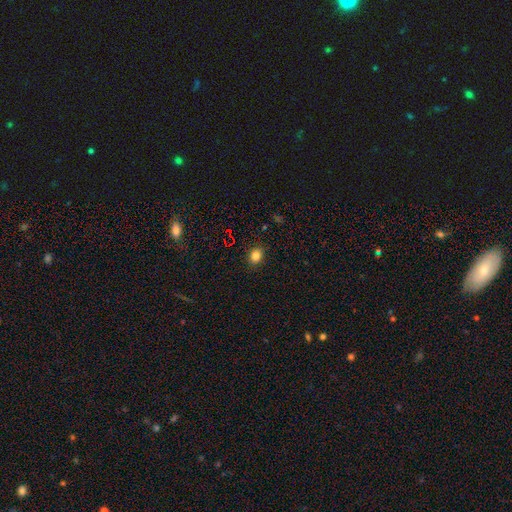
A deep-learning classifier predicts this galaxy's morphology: Q: Smooth or featured?
A: smooth (82%); runner-up: star or artifact (13%)
Q: How rounded?
A: in between (50%); runner-up: round (49%)
Q: Merging?
A: none (89%); runner-up: minor disturbance (8%)